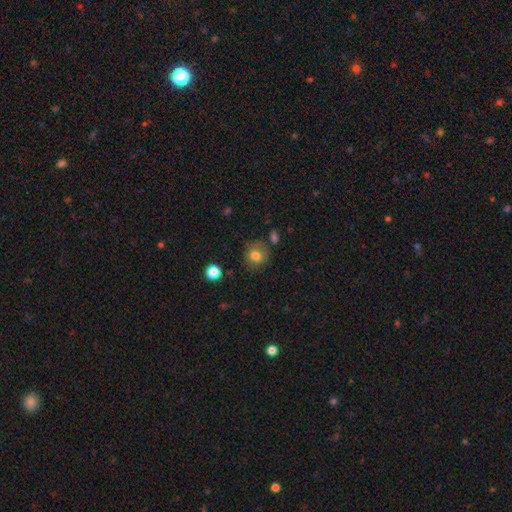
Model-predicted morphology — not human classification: smooth 78%, featured or disk 12%, star or artifact 11%. Down the decision tree: how rounded — round (79%); merging — none (75%).